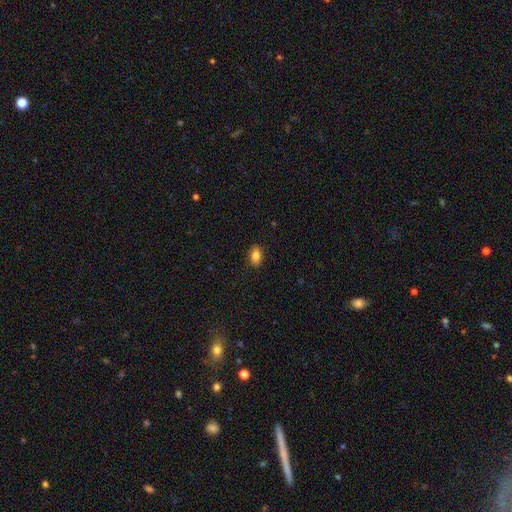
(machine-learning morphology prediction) Smooth or featured? Predicted: smooth (p=0.85). How rounded? Predicted: in between (p=0.85). Merging? Predicted: none (p=0.86).